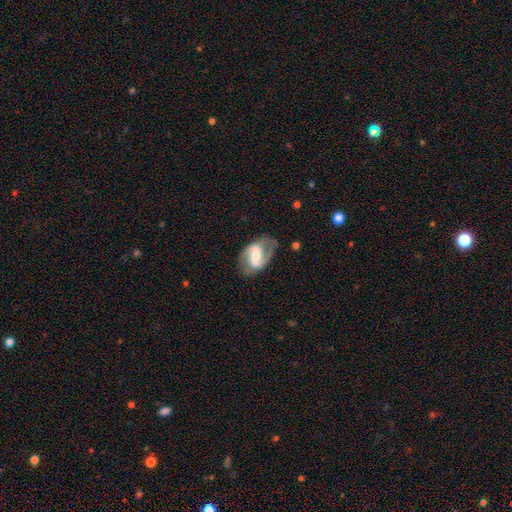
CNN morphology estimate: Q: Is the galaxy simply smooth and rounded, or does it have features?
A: featured or disk — 81%.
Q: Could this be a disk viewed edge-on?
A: no — 97%.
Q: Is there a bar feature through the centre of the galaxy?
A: strong — 42%.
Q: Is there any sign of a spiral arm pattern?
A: yes — 91%.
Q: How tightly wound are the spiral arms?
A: medium — 48%.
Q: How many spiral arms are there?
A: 2 — 88%.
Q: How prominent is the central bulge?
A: moderate — 53%.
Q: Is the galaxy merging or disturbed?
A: none — 69%.